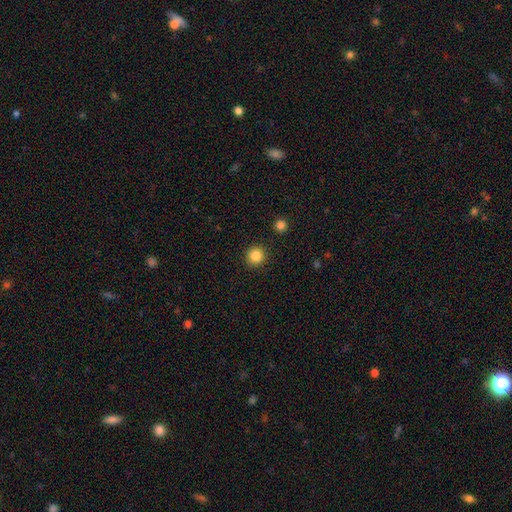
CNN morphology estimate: Smooth or featured: smooth — 86% (star or artifact — 11%)
How rounded: round — 94% (in between — 5%)
Merging: none — 91% (minor disturbance — 5%)